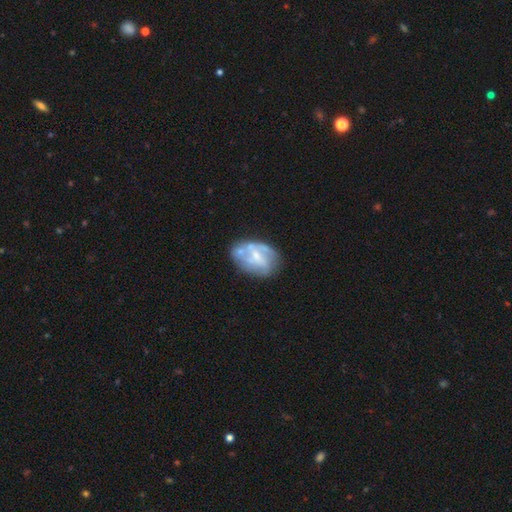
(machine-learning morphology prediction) Smooth or featured: featured or disk — 62% (smooth — 31%)
Edge-on disk: no — 97% (yes — 3%)
Bar: no — 50% (weak — 38%)
Spiral arms: no — 57% (yes — 43%)
Bulge size: small — 44% (moderate — 33%)
Merging: none — 45% (minor disturbance — 25%)